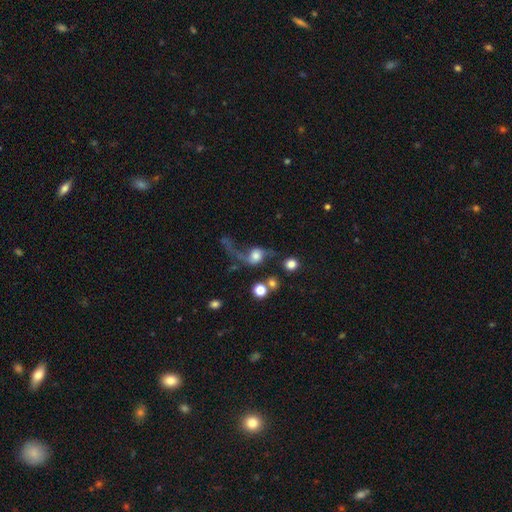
smooth-or-featured: featured or disk: 55% | smooth: 42% | star or artifact: 3%
  disk-edge-on: no: 90% | yes: 10%
    bar: no: 74% | weak: 26% | strong: 0%
    has-spiral-arms: yes: 74% | no: 26%
      spiral-winding: loose: 93% | medium: 7% | tight: 0%
      spiral-arm-count: 1: 50% (tied) | 2: 50% (tied) | 3: 0% | 4: 0% | more than 4: 0% | can't tell: 0%
    bulge-size: large: 42% | moderate: 37% | small: 16% | none: 5% | dominant: 0%
  merging: major disturbance: 57% | none: 19% | merger: 14% | minor disturbance: 11%